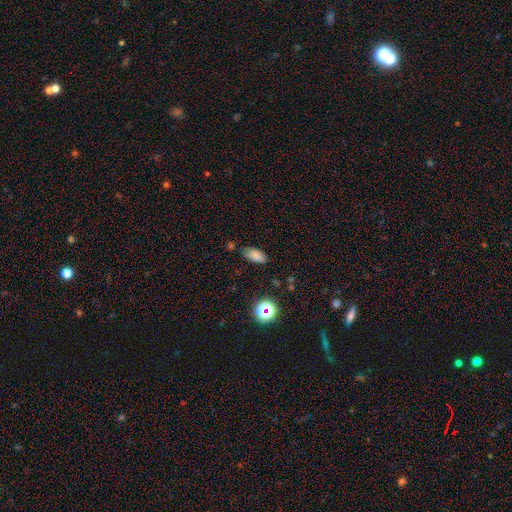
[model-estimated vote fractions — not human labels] A smooth galaxy with no disk features (79%) that is in between round and cigar-shaped (88%). Merging: none (74%).